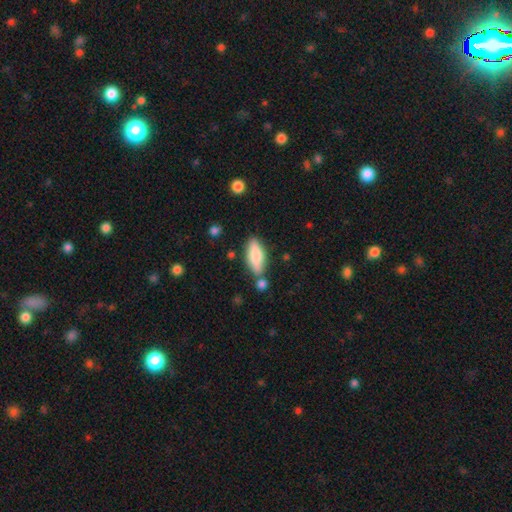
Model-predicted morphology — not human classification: This appears to be a smooth galaxy with no disk features (74%) that is in between round and cigar-shaped (70%). Merging: none (73%).